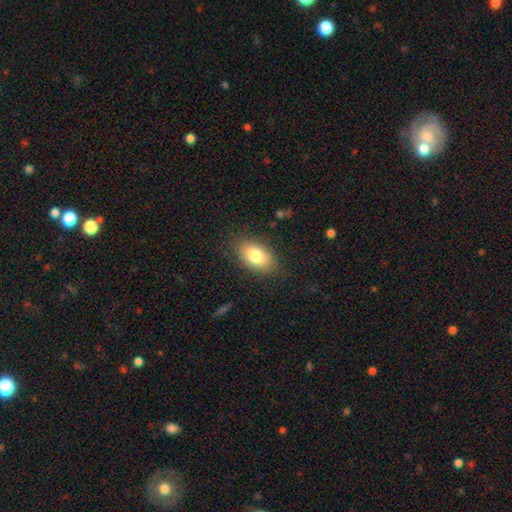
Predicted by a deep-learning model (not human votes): A smooth galaxy with no disk features (80%) that is in between round and cigar-shaped (90%). Merging: none (84%).